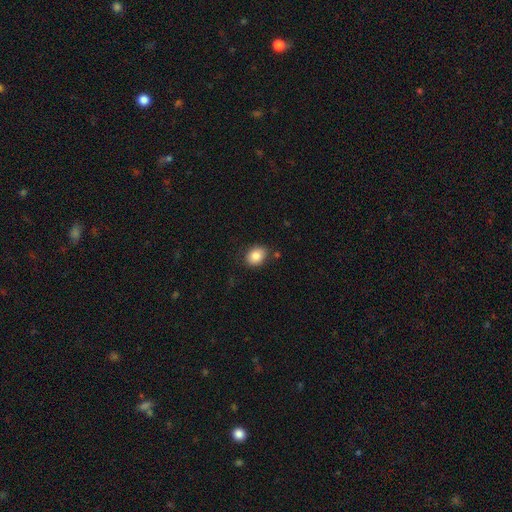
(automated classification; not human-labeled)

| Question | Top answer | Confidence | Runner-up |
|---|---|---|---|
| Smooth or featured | smooth | 84% | star or artifact (9%) |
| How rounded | in between | 55% | round (44%) |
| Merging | none | 82% | minor disturbance (12%) |